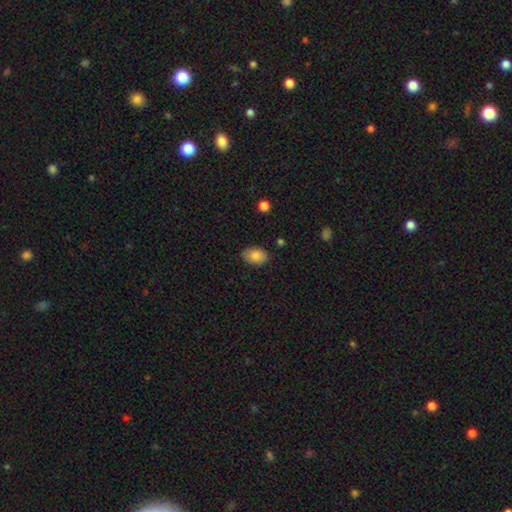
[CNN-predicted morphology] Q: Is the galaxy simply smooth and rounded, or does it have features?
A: smooth — 84%.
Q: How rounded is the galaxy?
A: in between — 84%.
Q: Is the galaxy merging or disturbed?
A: none — 83%.